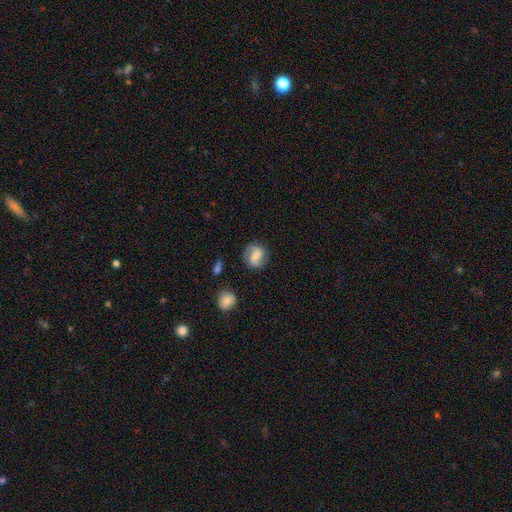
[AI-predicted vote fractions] Q: Smooth or featured?
A: featured or disk (65%); runner-up: smooth (27%)
Q: Edge-on disk?
A: no (97%); runner-up: yes (3%)
Q: Bar?
A: weak (49%); runner-up: no (29%)
Q: Spiral arms?
A: yes (93%); runner-up: no (7%)
Q: Spiral winding?
A: medium (44%); runner-up: loose (37%)
Q: Spiral arm count?
A: 2 (87%); runner-up: can't tell (5%)
Q: Bulge size?
A: moderate (37%); runner-up: small (32%)
Q: Merging?
A: none (78%); runner-up: minor disturbance (14%)